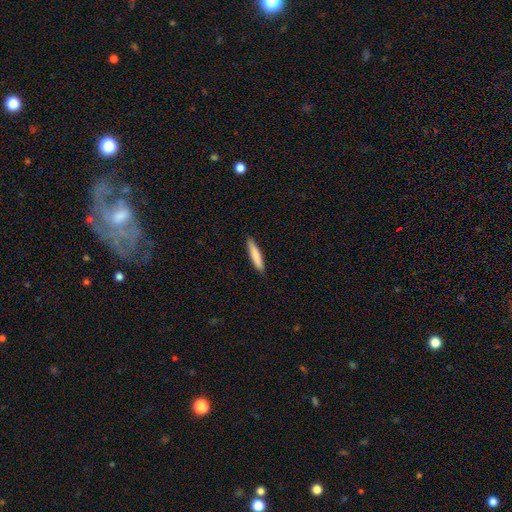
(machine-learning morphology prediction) This appears to be a smooth galaxy with no disk features (82%) that is cigar-shaped (89%). Merging: none (90%).